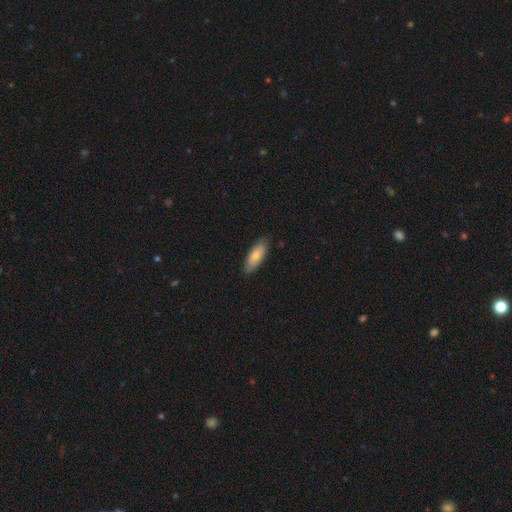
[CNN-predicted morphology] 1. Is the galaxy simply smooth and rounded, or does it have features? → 74% smooth, 20% featured or disk, 6% star or artifact.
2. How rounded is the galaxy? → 70% in between, 28% cigar-shaped, 2% round.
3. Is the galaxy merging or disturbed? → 84% none, 13% minor disturbance, 2% major disturbance, 1% merger.